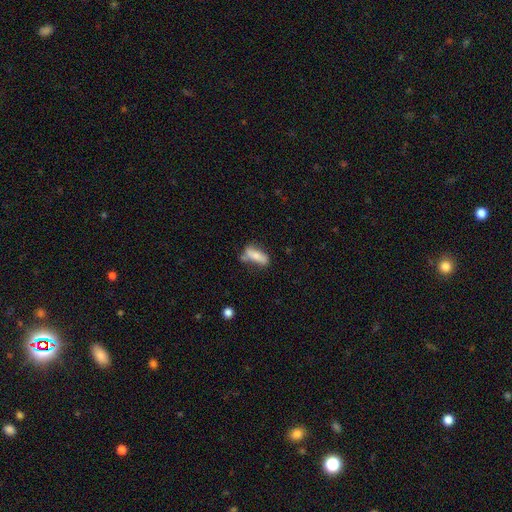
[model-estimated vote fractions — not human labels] A smooth galaxy with no disk features (69%) that is in between round and cigar-shaped (64%).

Vote fractions:
- Smooth or featured? smooth: 69% / featured or disk: 23% / star or artifact: 7%
- How rounded? in between: 64% / cigar-shaped: 33% / round: 3%
- Merging? none: 50% / minor disturbance: 27% / merger: 13% / major disturbance: 10%